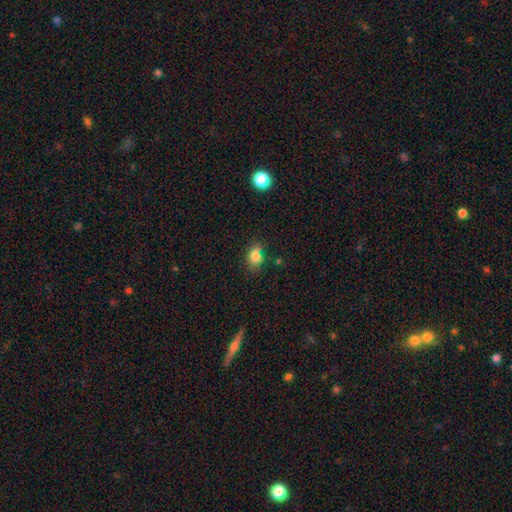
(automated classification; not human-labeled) Overall: smooth (82%). How rounded: in between (63%; round 35%). Merging: none (62%; minor disturbance 24%).